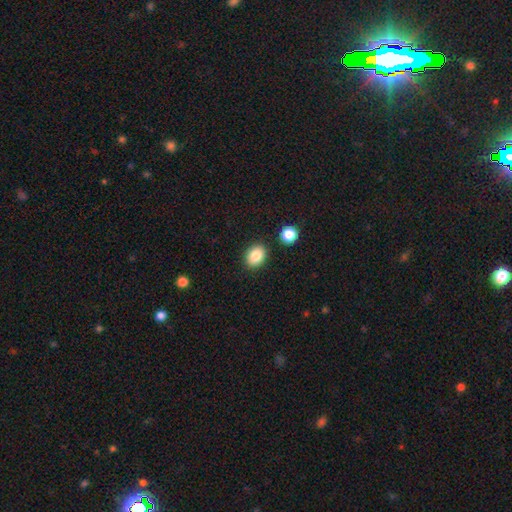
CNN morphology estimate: Smooth or featured? Predicted: smooth (p=0.86). How rounded? Predicted: in between (p=0.59). Merging? Predicted: none (p=0.86).